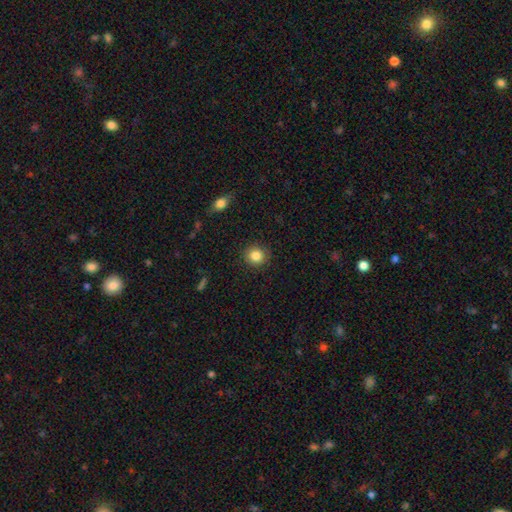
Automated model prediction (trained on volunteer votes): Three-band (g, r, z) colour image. It shows a smooth galaxy with no disk features (84%) that is round (88%). Merging: none (88%).